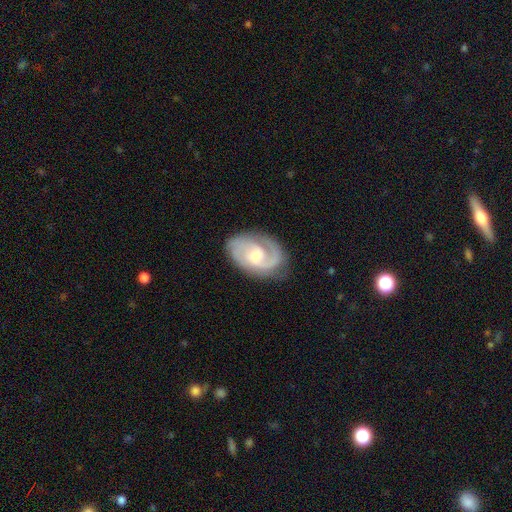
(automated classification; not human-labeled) Overall: featured or disk (84%). Edge-on disk: no (97%). Bar: no (49%; weak 44%). Spiral arms: yes (96%). Spiral arm count: 2 (68%). Spiral winding: medium (47%; tight 40%). Bulge size: moderate (55%; small 31%). Merging: none (75%).